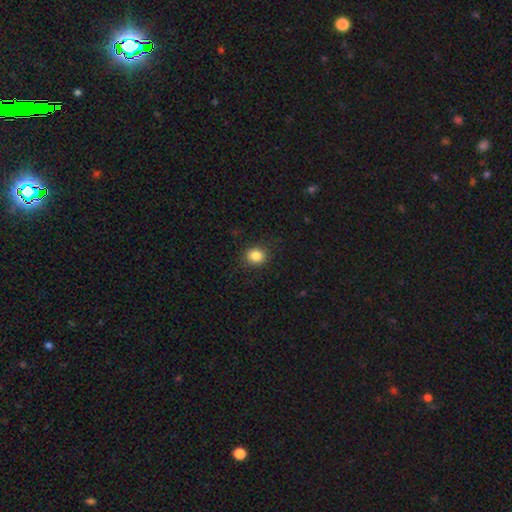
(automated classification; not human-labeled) Smooth or featured? Predicted: smooth (p=0.85). How rounded? Predicted: round (p=0.76). Merging? Predicted: none (p=0.88).